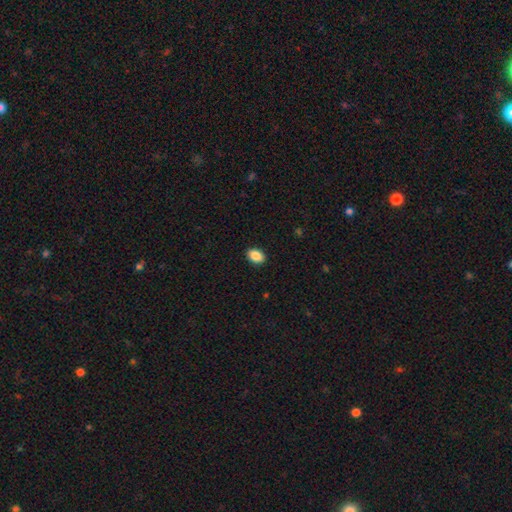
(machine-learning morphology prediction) Smooth or featured?
  - smooth: 88% *
  - star or artifact: 8%
  - featured or disk: 4%
How rounded?
  - in between: 80% *
  - round: 19%
  - cigar-shaped: 1%
Merging?
  - none: 91% *
  - minor disturbance: 7%
  - major disturbance: 2%
  - merger: 1%